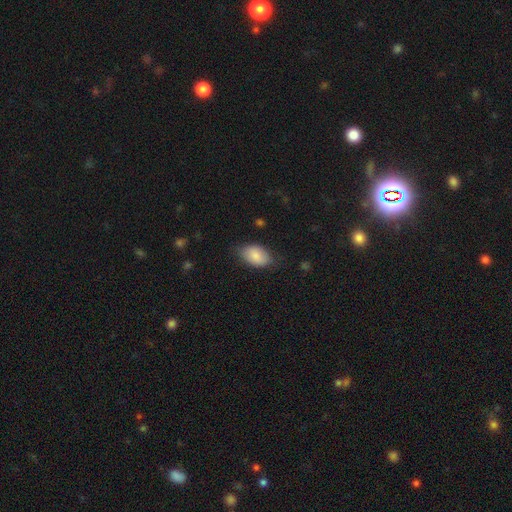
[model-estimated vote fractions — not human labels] The model was most divided on "merging": none: 74%, minor disturbance: 21%, major disturbance: 5%, merger: 1%. More confident: how rounded — in between (91%); smooth or featured — smooth (85%).